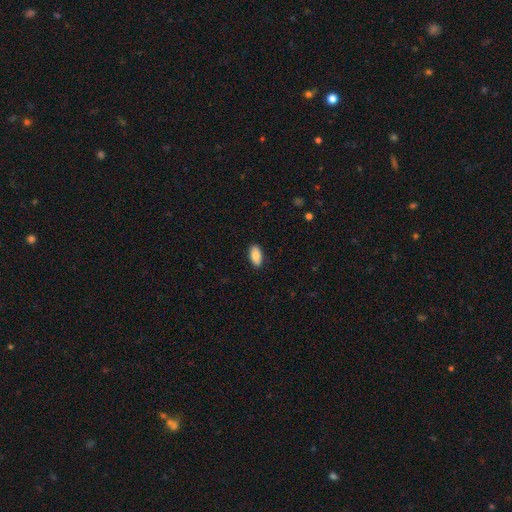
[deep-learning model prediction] The model was most divided on "smooth or featured": smooth: 84%, featured or disk: 10%, star or artifact: 6%. More confident: how rounded — in between (93%); merging — none (89%).